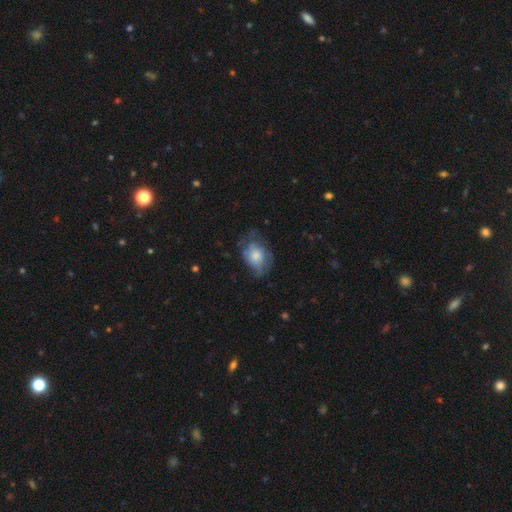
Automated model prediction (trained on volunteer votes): Smooth or featured? smooth (62%)
How rounded? in between (75%)
Merging? none (44%)